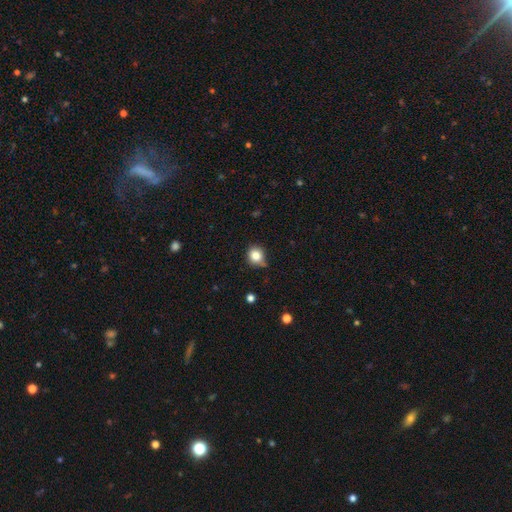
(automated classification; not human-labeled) smooth_or_featured: smooth (p=0.83) [alt: star or artifact p=0.11]
how_rounded: round (p=0.84) [alt: in between p=0.15]
merging: none (p=0.71) [alt: minor disturbance p=0.21]